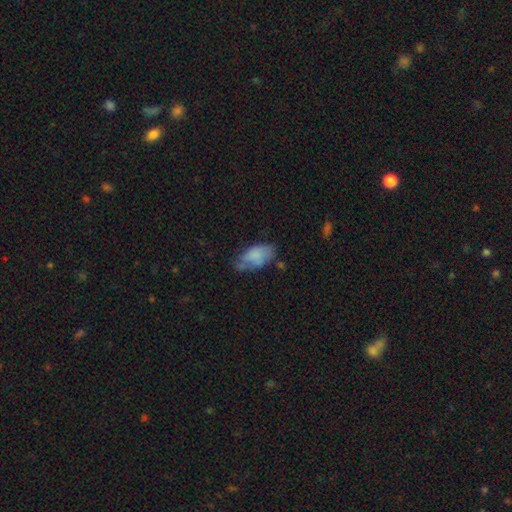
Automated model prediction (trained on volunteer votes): A smooth galaxy with no disk features (73%) that is in between round and cigar-shaped (93%).

Vote fractions:
- Smooth or featured? smooth: 73% / featured or disk: 19% / star or artifact: 8%
- How rounded? in between: 93% / round: 4% / cigar-shaped: 3%
- Merging? none: 45% / minor disturbance: 36% / major disturbance: 14% / merger: 5%